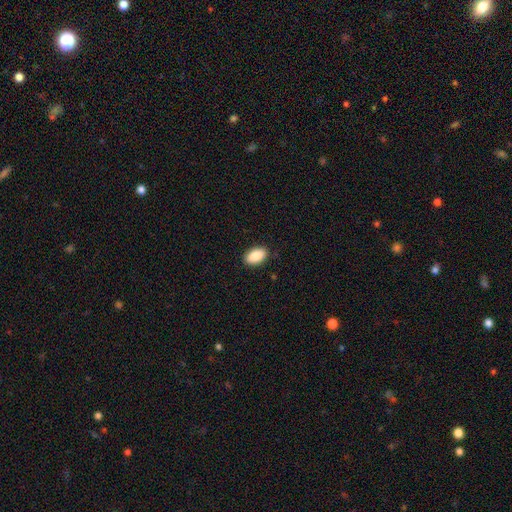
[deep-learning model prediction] Q: Smooth or featured?
A: smooth (89%); runner-up: star or artifact (7%)
Q: How rounded?
A: in between (94%); runner-up: round (4%)
Q: Merging?
A: none (89%); runner-up: minor disturbance (8%)